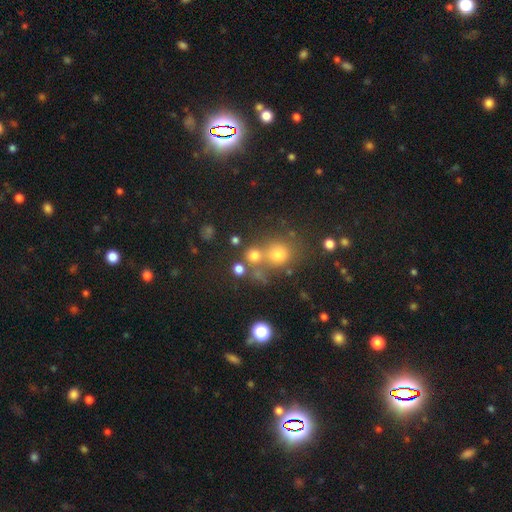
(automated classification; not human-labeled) Smooth or featured? Predicted: smooth (p=0.63). How rounded? Predicted: round (p=0.85). Merging? Predicted: none (p=0.58).